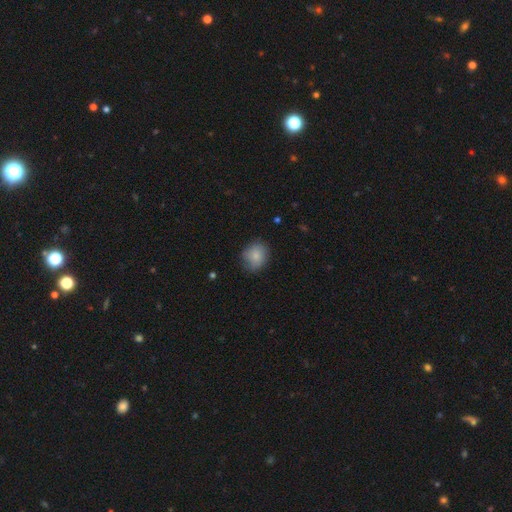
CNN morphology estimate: smooth_or_featured: smooth (p=0.84) [alt: featured or disk p=0.08]
how_rounded: round (p=0.65) [alt: in between p=0.34]
merging: none (p=0.75) [alt: minor disturbance p=0.20]